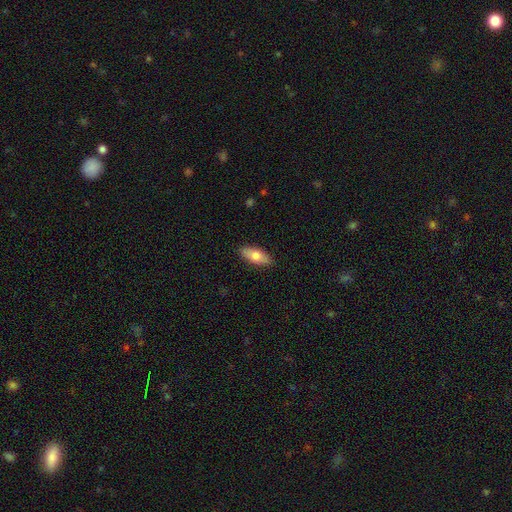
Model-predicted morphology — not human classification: This appears to be a smooth galaxy with no disk features (73%) that is in between round and cigar-shaped (77%). Merging: none (89%).